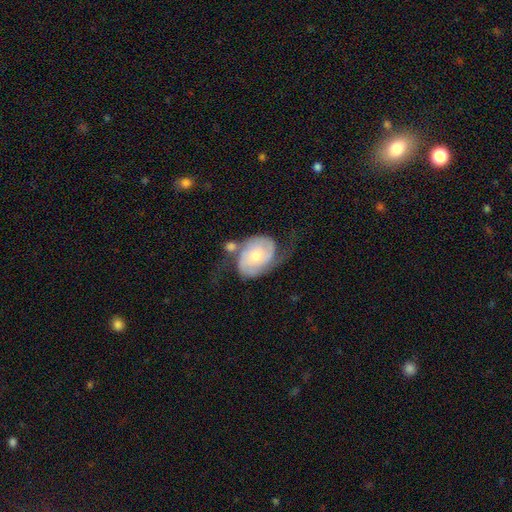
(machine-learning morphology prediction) smooth-or-featured: featured or disk: 74% | smooth: 20% | star or artifact: 6%
  disk-edge-on: no: 97% | yes: 3%
    bar: no: 70% | weak: 24% | strong: 5%
    has-spiral-arms: yes: 91% | no: 9%
      spiral-winding: medium: 39% | loose: 35% | tight: 27%
      spiral-arm-count: 2: 82% | can't tell: 9% | 1: 5% | 3: 2% | 4: 1% | more than 4: 1%
    bulge-size: moderate: 48% | small: 44% | large: 4% | none: 2% | dominant: 1%
  merging: none: 43% | major disturbance: 23% | minor disturbance: 21% | merger: 13%